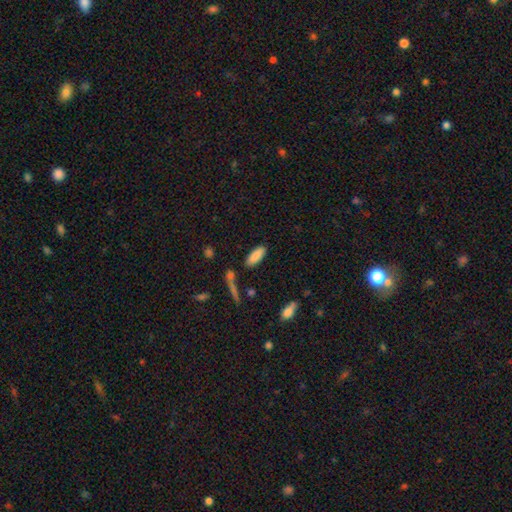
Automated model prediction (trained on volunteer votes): Smooth or featured? Predicted: smooth (p=0.87). How rounded? Predicted: in between (p=0.74). Merging? Predicted: none (p=0.81).